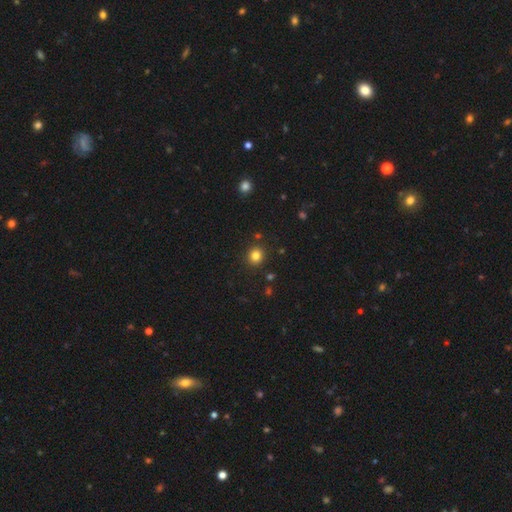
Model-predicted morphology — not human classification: smooth_or_featured: smooth (p=0.81) [alt: star or artifact p=0.13]
how_rounded: round (p=0.88) [alt: in between p=0.11]
merging: none (p=0.89) [alt: minor disturbance p=0.06]